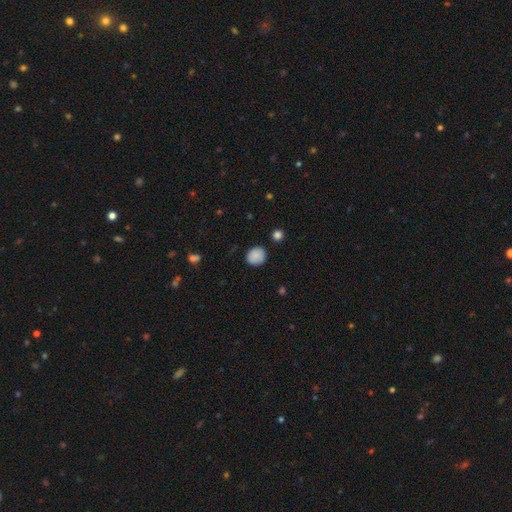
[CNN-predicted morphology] Smooth or featured?
  - smooth: 87% *
  - star or artifact: 9%
  - featured or disk: 4%
How rounded?
  - round: 81% *
  - in between: 18%
  - cigar-shaped: 1%
Merging?
  - none: 85% *
  - minor disturbance: 11%
  - major disturbance: 3%
  - merger: 2%